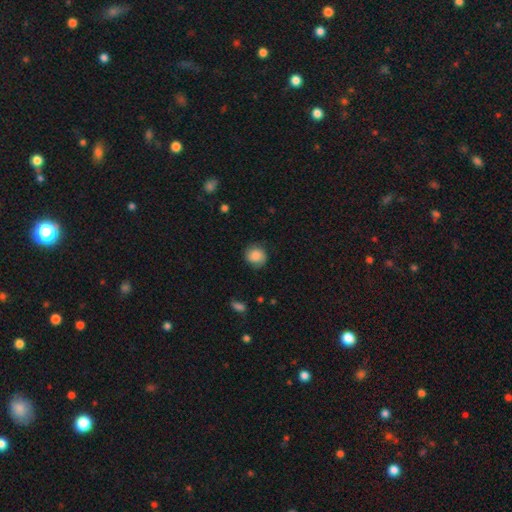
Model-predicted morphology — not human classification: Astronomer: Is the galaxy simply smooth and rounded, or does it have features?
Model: smooth — 76%.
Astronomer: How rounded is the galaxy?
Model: round — 84%.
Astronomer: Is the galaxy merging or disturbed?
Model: none — 75%.